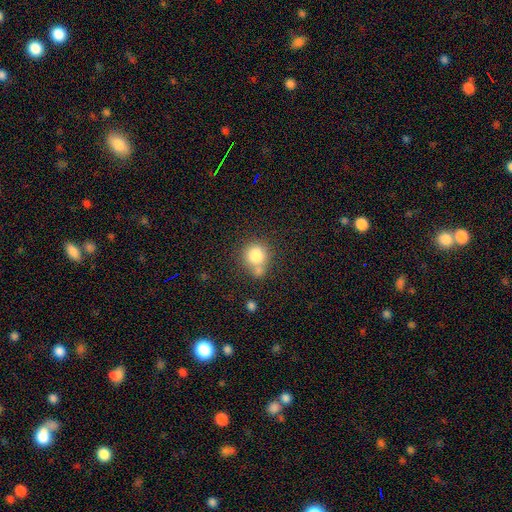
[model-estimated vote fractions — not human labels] Smooth or featured?
  - smooth: 81% *
  - star or artifact: 10%
  - featured or disk: 9%
How rounded?
  - round: 87% *
  - in between: 12%
  - cigar-shaped: 1%
Merging?
  - none: 52% *
  - merger: 30%
  - minor disturbance: 13%
  - major disturbance: 5%